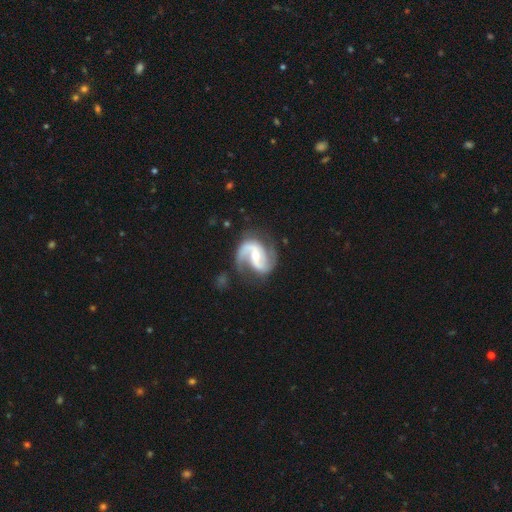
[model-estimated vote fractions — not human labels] smooth-or-featured: featured or disk: 91% | smooth: 5% | star or artifact: 4%
  disk-edge-on: no: 98% | yes: 2%
    bar: weak: 44% | strong: 30% | no: 26%
    has-spiral-arms: yes: 98% | no: 2%
      spiral-winding: medium: 53% | loose: 30% | tight: 17%
      spiral-arm-count: 2: 88% | 1: 5% | can't tell: 3% | 3: 2% | 4: 1% | more than 4: 1%
    bulge-size: moderate: 57% | small: 38% | large: 3% | none: 1% | dominant: 1%
  merging: none: 66% | minor disturbance: 20% | major disturbance: 12% | merger: 2%